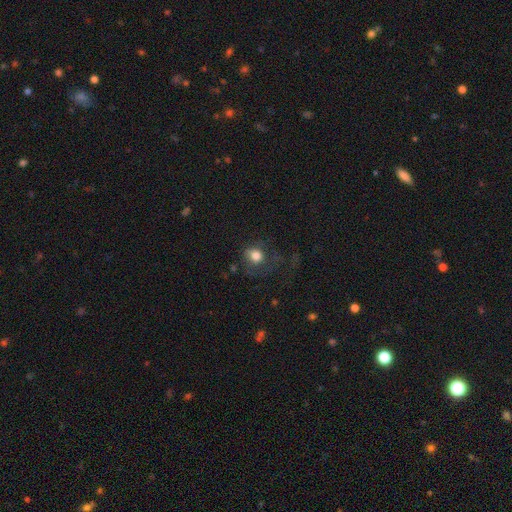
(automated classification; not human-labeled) smooth 76%, featured or disk 13%, star or artifact 11%. Down the decision tree: how rounded — round (73%); merging — none (45%).